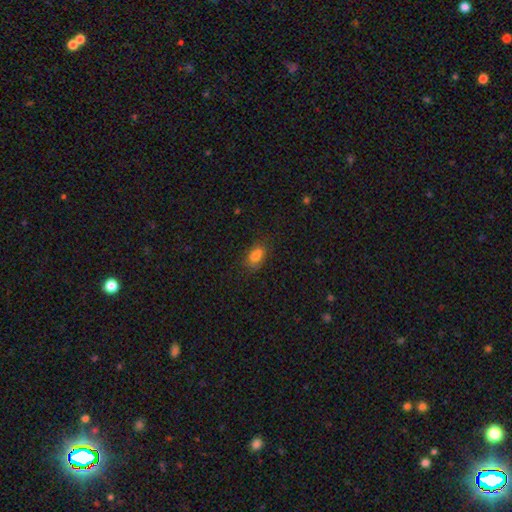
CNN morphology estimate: A smooth galaxy with no disk features (81%) that is in between round and cigar-shaped (84%). Merging: none (79%).